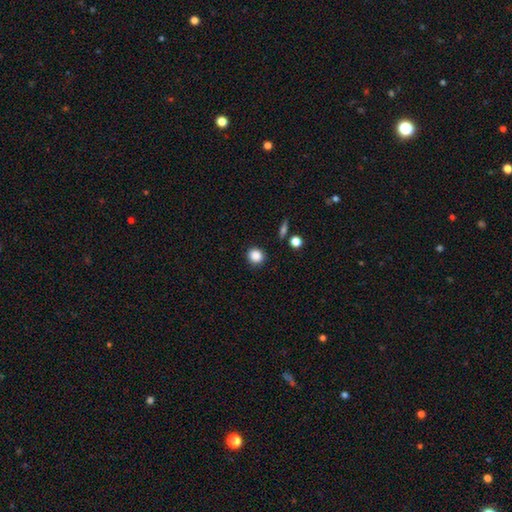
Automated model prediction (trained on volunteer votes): Smooth or featured? Predicted: smooth (p=0.87). How rounded? Predicted: round (p=0.89). Merging? Predicted: none (p=0.89).